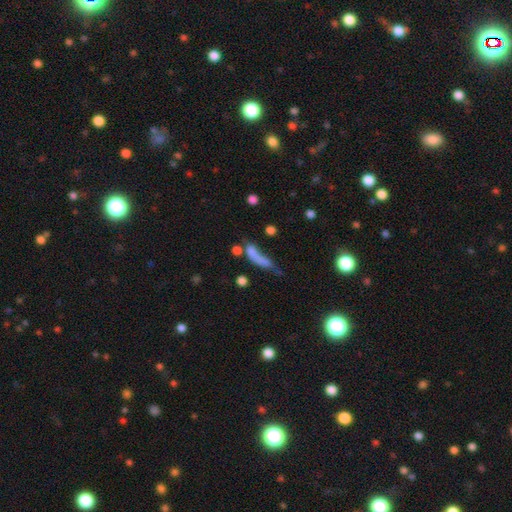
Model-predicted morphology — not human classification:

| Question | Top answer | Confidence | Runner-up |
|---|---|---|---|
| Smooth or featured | smooth | 61% | featured or disk (25%) |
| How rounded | cigar-shaped | 53% | in between (37%) |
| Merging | major disturbance | 31% | none (28%) |